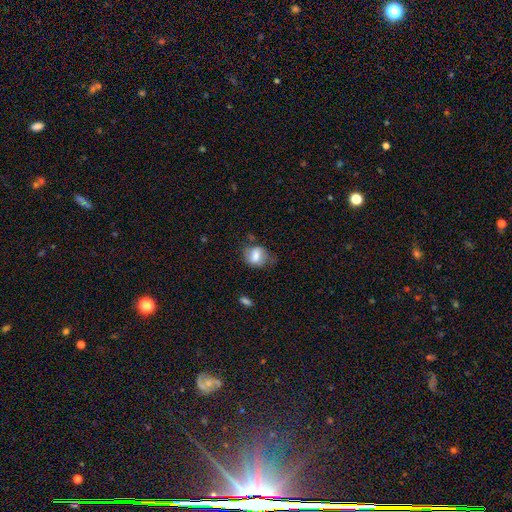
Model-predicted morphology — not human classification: smooth 68%, featured or disk 24%, star or artifact 8%. Down the decision tree: how rounded — in between (51%); merging — none (55%).